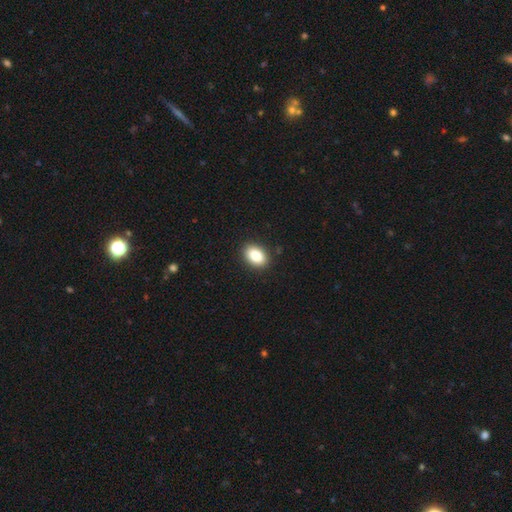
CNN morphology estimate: Q: Smooth or featured?
A: smooth (85%); runner-up: star or artifact (8%)
Q: How rounded?
A: in between (83%); runner-up: round (16%)
Q: Merging?
A: none (90%); runner-up: minor disturbance (7%)